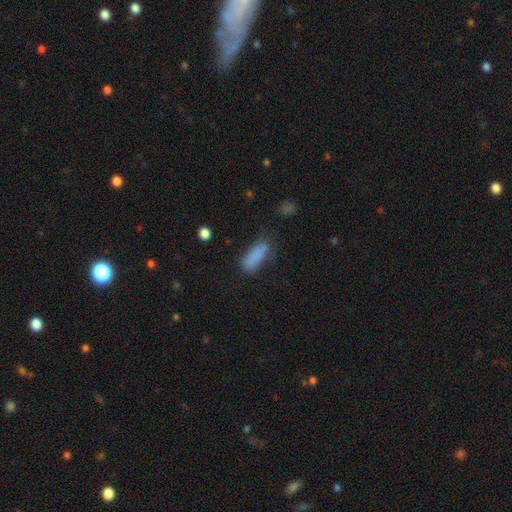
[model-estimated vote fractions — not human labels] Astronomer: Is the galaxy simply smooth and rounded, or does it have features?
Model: smooth — 83%.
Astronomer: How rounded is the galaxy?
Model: in between — 58% (runner-up: cigar-shaped, 39%).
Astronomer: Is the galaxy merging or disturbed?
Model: none — 63%.